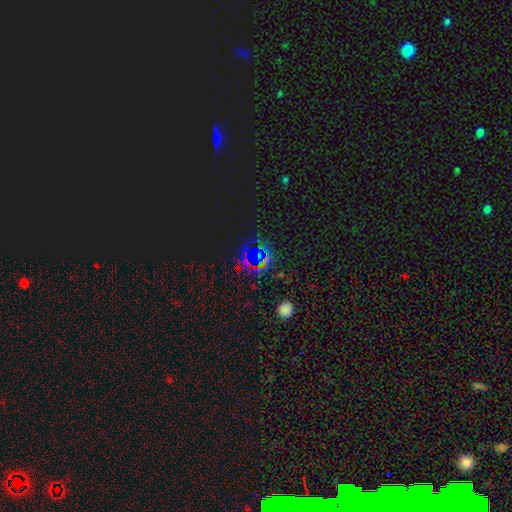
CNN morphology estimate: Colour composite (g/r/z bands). It shows a star or artifact, not a galaxy (81%).